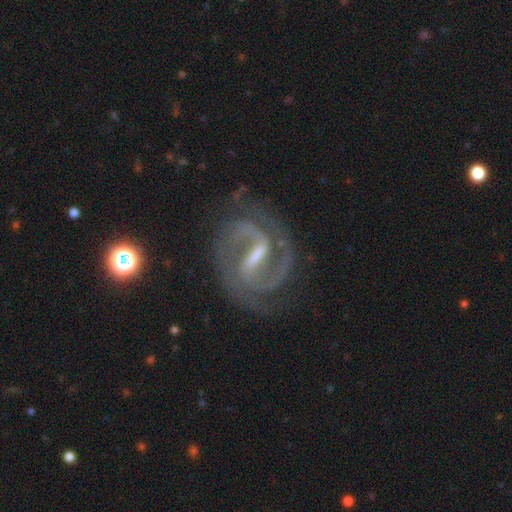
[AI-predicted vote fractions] Smooth or featured?
  - featured or disk: 93% *
  - star or artifact: 4%
  - smooth: 3%
Edge-on disk?
  - no: 98% *
  - yes: 2%
Bar?
  - strong: 65% *
  - weak: 29%
  - no: 5%
Spiral arms?
  - yes: 98% *
  - no: 2%
Spiral winding?
  - medium: 56% *
  - tight: 36%
  - loose: 8%
Spiral arm count?
  - 2: 92% *
  - 3: 2%
  - can't tell: 2%
  - 1: 1%
  - 4: 1%
  - more than 4: 1%
Bulge size?
  - small: 46% *
  - moderate: 26%
  - none: 24%
  - large: 3%
  - dominant: 1%
Merging?
  - none: 79% *
  - minor disturbance: 14%
  - major disturbance: 6%
  - merger: 2%